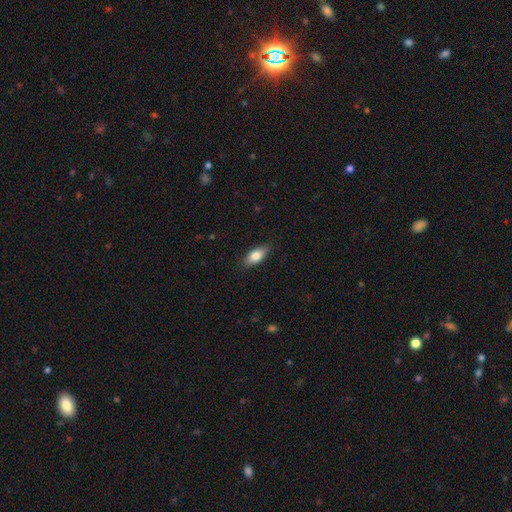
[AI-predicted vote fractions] Overall: smooth (81%). How rounded: in between (84%). Merging: none (87%).